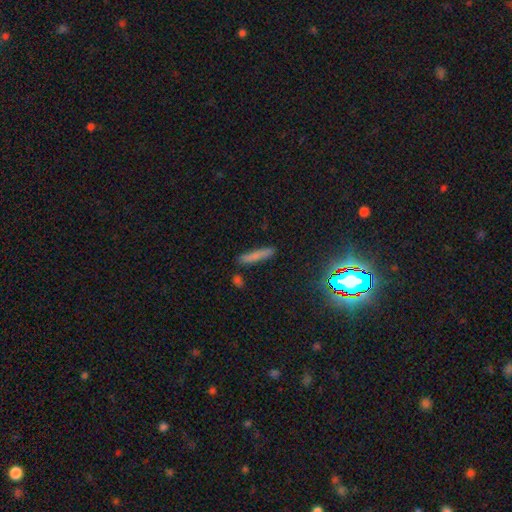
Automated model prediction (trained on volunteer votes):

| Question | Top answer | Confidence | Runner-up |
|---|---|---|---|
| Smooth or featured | smooth | 73% | featured or disk (14%) |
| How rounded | cigar-shaped | 90% | in between (8%) |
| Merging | none | 83% | minor disturbance (11%) |